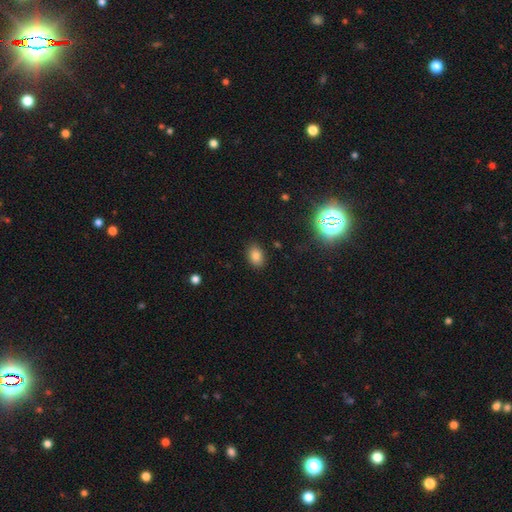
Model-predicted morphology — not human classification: Q: Smooth or featured?
A: smooth (81%); runner-up: star or artifact (13%)
Q: How rounded?
A: in between (78%); runner-up: round (21%)
Q: Merging?
A: none (87%); runner-up: minor disturbance (9%)